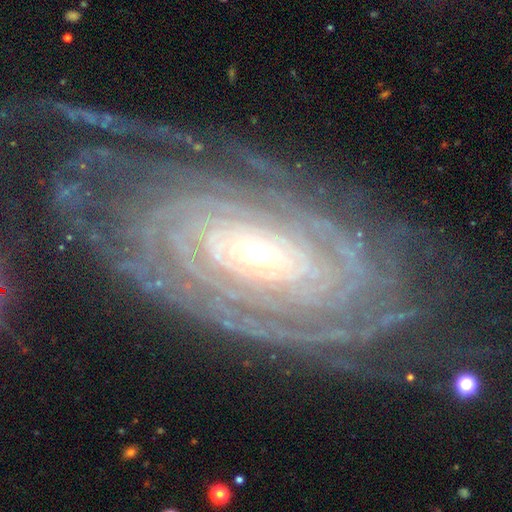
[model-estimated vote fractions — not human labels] featured or disk 88%, star or artifact 6%, smooth 6%. Down the decision tree: edge-on disk — no (94%); bar — no (51%); spiral arms — yes (96%); spiral arm count — can't tell (34%); spiral winding — tight (84%); bulge size — small (61%); merging — none (71%).